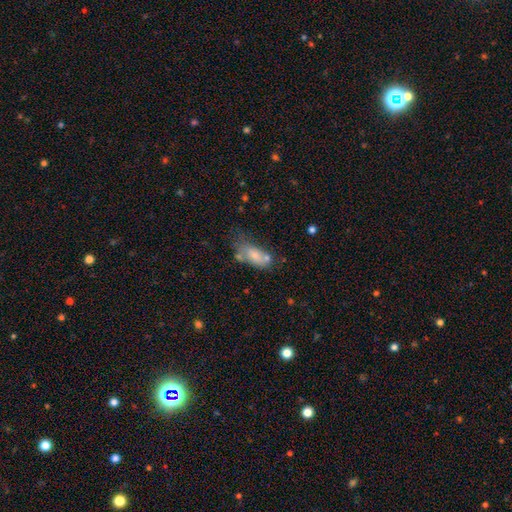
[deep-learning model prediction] Overall: smooth (70%). How rounded: in between (85%). Merging: none (34%; minor disturbance 26%).